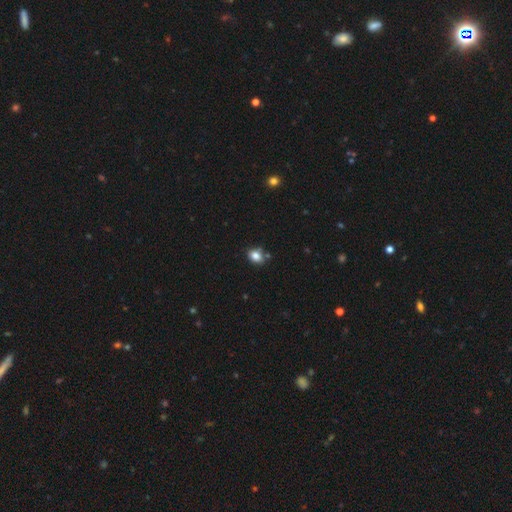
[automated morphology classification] Smooth or featured? smooth (84%)
How rounded? in between (64%)
Merging? none (74%)